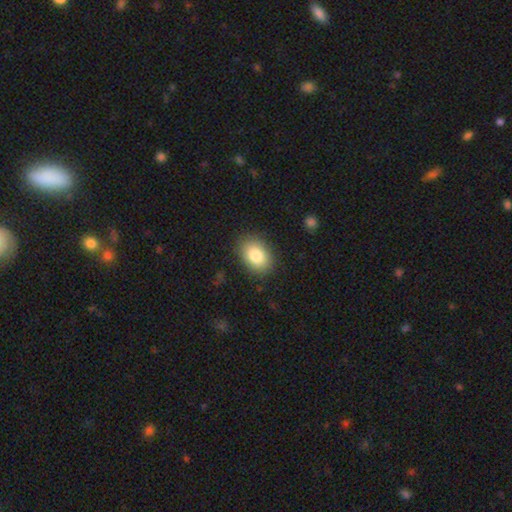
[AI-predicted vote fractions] A smooth galaxy with no disk features (84%) that is in between round and cigar-shaped (80%).

Vote fractions:
- Smooth or featured? smooth: 84% / featured or disk: 9% / star or artifact: 8%
- How rounded? in between: 80% / round: 19% / cigar-shaped: 1%
- Merging? none: 86% / minor disturbance: 10% / major disturbance: 3% / merger: 1%